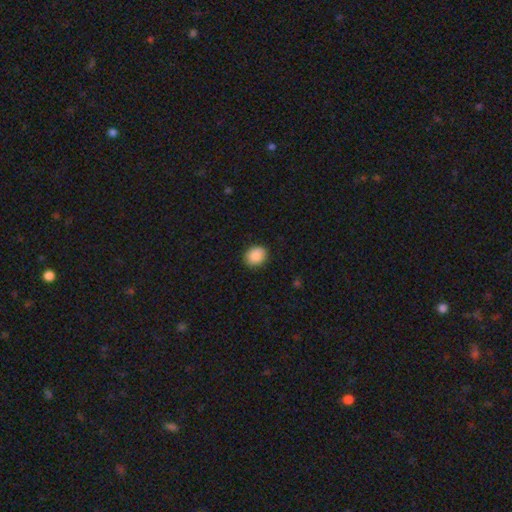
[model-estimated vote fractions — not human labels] smooth 89%, star or artifact 7%, featured or disk 4%. Down the decision tree: how rounded — round (59%); merging — none (88%).